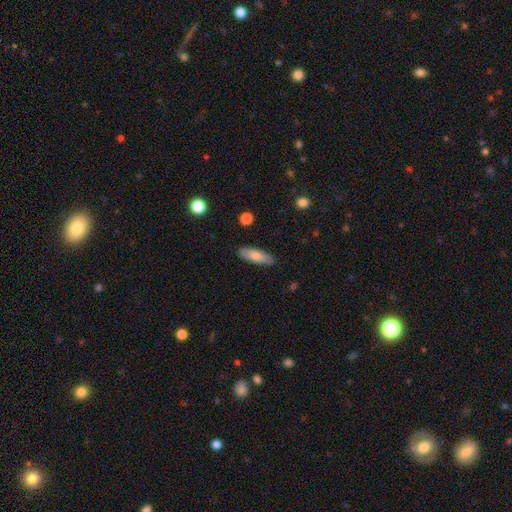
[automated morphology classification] Smooth or featured?
  - smooth: 78% *
  - featured or disk: 16%
  - star or artifact: 6%
How rounded?
  - in between: 52% *
  - cigar-shaped: 46%
  - round: 2%
Merging?
  - none: 87% *
  - minor disturbance: 9%
  - major disturbance: 2%
  - merger: 1%